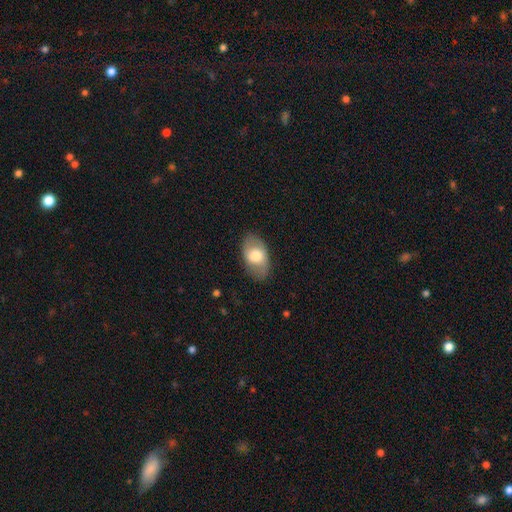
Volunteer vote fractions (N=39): Q: Smooth or featured?
A: smooth (74%); runner-up: featured or disk (21%)
Q: How rounded?
A: in between (97%); runner-up: round (3%)
Q: Merging?
A: none (84%); runner-up: minor disturbance (14%)